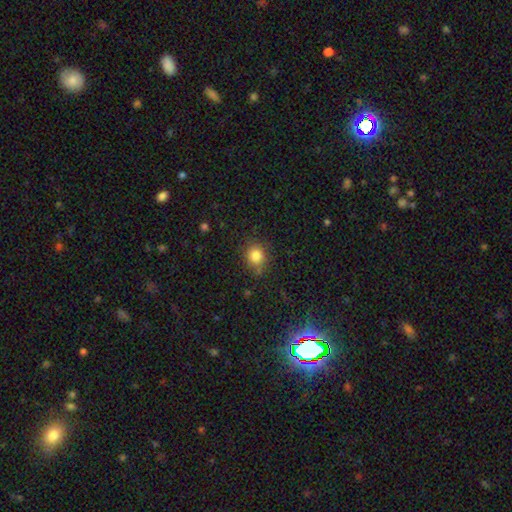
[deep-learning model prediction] smooth-or-featured: smooth: 83% | star or artifact: 11% | featured or disk: 5%
  how-rounded: round: 76% | in between: 23% | cigar-shaped: 1%
  merging: none: 78% | minor disturbance: 15% | major disturbance: 4% | merger: 3%